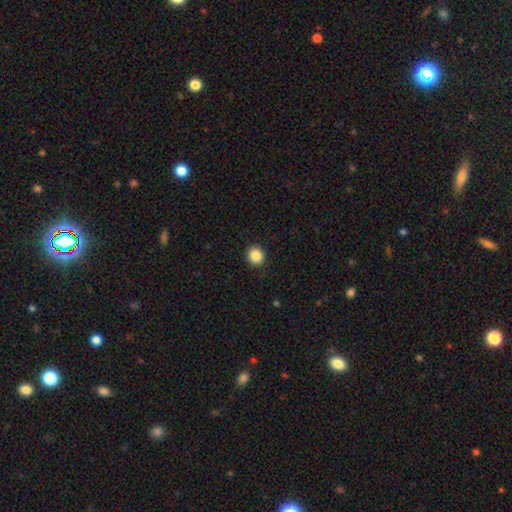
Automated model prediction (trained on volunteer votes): Smooth or featured? Predicted: smooth (p=0.87). How rounded? Predicted: round (p=0.88). Merging? Predicted: none (p=0.91).